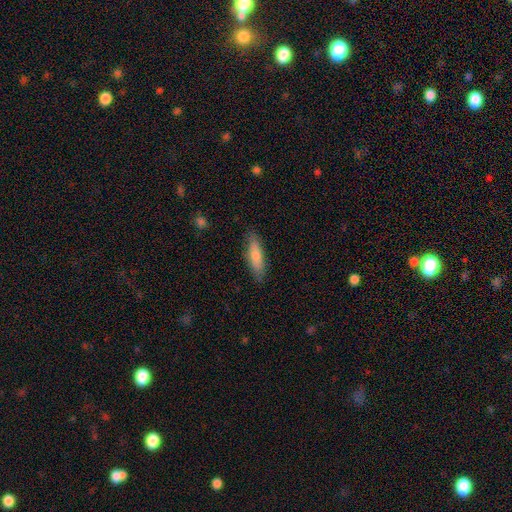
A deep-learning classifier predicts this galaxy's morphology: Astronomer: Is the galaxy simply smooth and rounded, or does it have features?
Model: smooth — 75%.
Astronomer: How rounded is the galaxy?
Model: cigar-shaped — 55% (runner-up: in between, 43%).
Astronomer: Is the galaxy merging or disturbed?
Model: none — 83%.